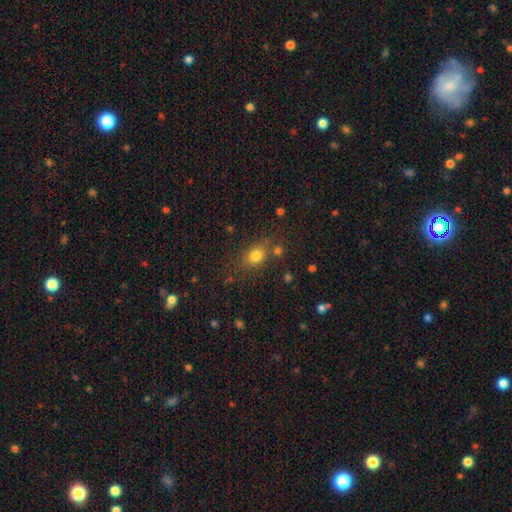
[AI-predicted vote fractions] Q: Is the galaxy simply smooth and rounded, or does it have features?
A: smooth — 78%.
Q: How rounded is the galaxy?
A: in between — 52%.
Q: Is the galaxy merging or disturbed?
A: none — 71%.